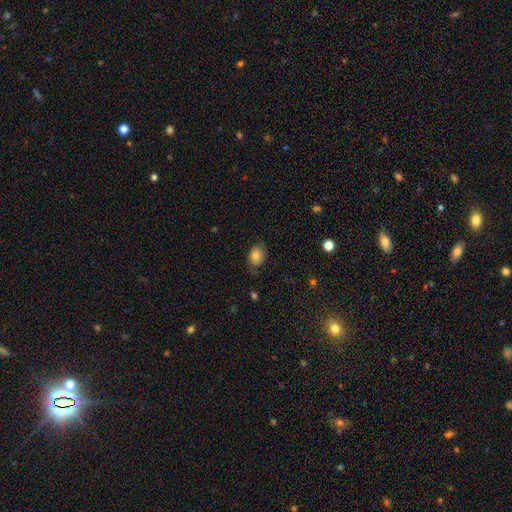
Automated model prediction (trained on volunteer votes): Morphology: type=smooth (72%); roundness=in between (63%); merging=none (67%).